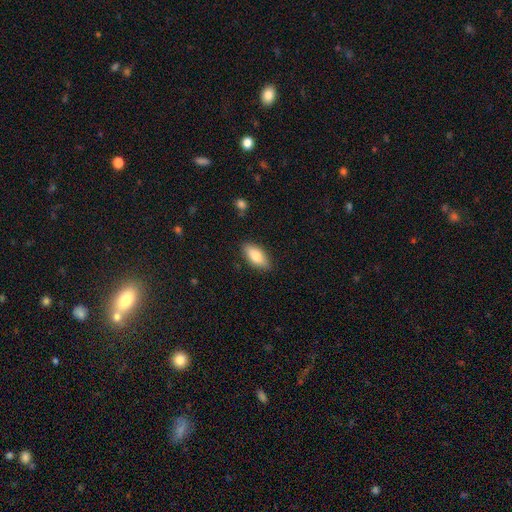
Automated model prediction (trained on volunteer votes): Q: Smooth or featured?
A: smooth (80%); runner-up: featured or disk (13%)
Q: How rounded?
A: in between (85%); runner-up: cigar-shaped (12%)
Q: Merging?
A: none (85%); runner-up: minor disturbance (11%)